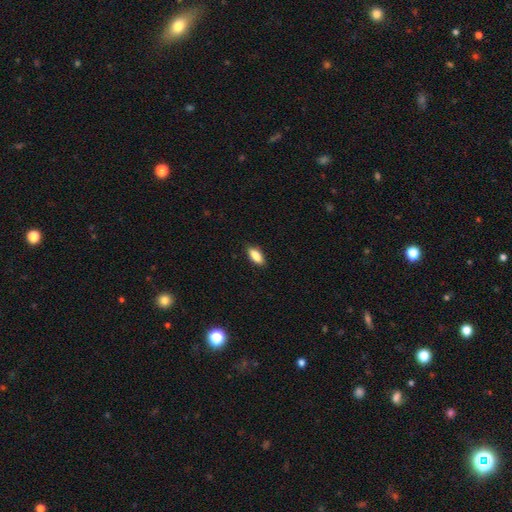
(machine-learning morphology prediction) type=smooth (88%); roundness=in between (83%); merging=none (86%).